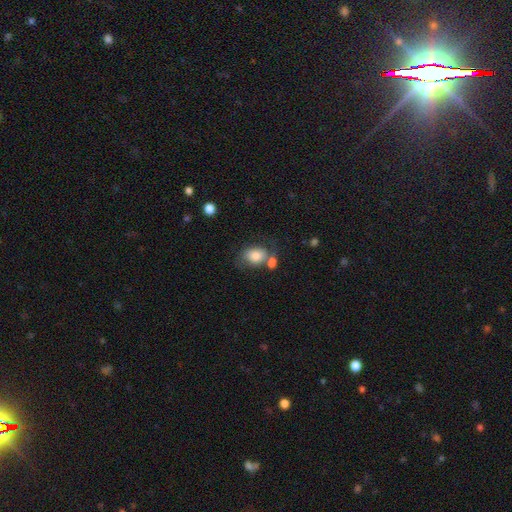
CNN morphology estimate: Overall: smooth (79%). How rounded: in between (67%; round 31%). Merging: none (43%; merger 25%).